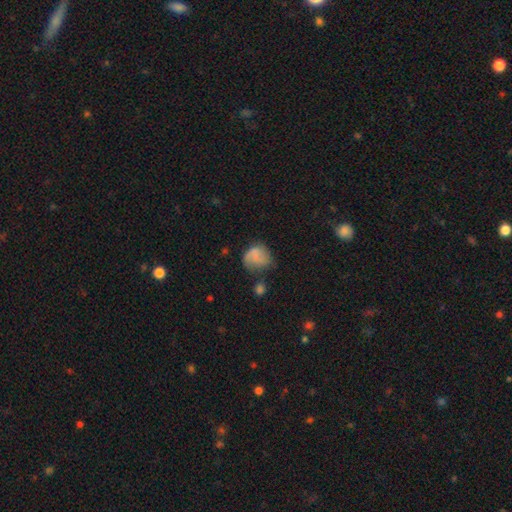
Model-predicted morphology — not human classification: Smooth or featured: smooth — 64% (featured or disk — 26%)
How rounded: round — 64% (in between — 35%)
Merging: none — 43% (minor disturbance — 31%)